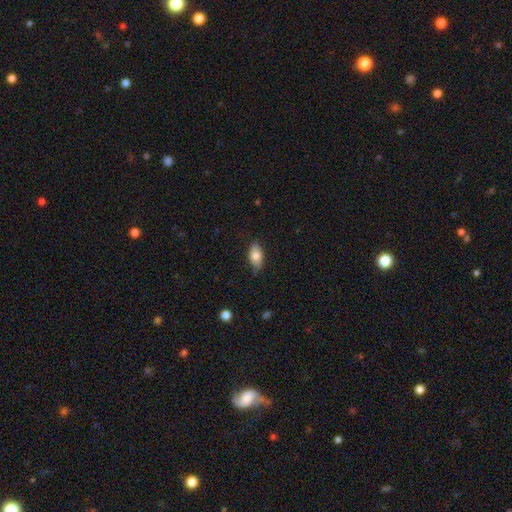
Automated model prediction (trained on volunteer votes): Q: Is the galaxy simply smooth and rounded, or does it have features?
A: smooth — 79%.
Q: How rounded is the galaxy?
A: in between — 90%.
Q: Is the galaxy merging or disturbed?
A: none — 80%.